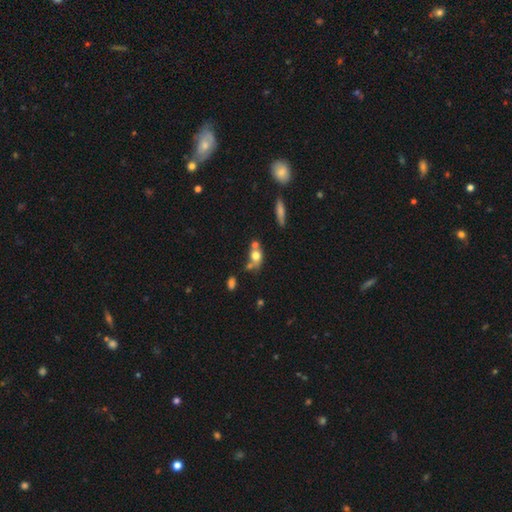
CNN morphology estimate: A smooth galaxy with no disk features (68%) that is in between round and cigar-shaped (52%). Merging: merger (39%).